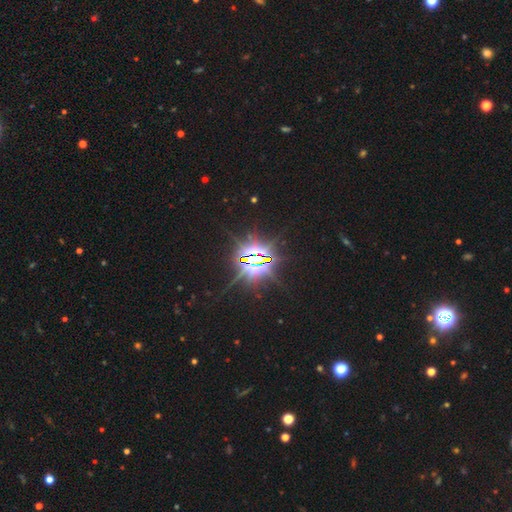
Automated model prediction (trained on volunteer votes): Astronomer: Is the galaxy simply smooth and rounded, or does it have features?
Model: star or artifact — 86%.